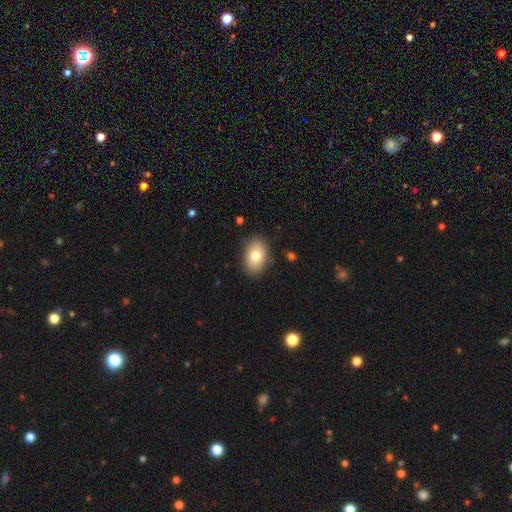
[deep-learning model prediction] smooth_or_featured: smooth (p=0.80) [alt: featured or disk p=0.12]
how_rounded: in between (p=0.85) [alt: round p=0.14]
merging: none (p=0.85) [alt: minor disturbance p=0.12]